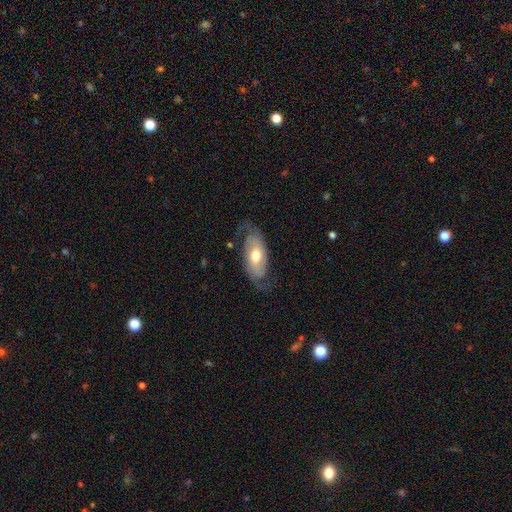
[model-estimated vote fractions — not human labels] smooth-or-featured: featured or disk: 72% | smooth: 23% | star or artifact: 5%
  disk-edge-on: no: 91% | yes: 9%
    bar: no: 59% | weak: 28% | strong: 12%
    has-spiral-arms: yes: 86% | no: 14%
      spiral-winding: loose: 40% | medium: 39% | tight: 21%
      spiral-arm-count: 2: 86% | can't tell: 8% | 1: 3% | 3: 1% | 4: 1% | more than 4: 1%
    bulge-size: moderate: 73% | large: 12% | small: 12% | dominant: 1% | none: 1%
  merging: none: 68% | minor disturbance: 18% | major disturbance: 13% | merger: 1%